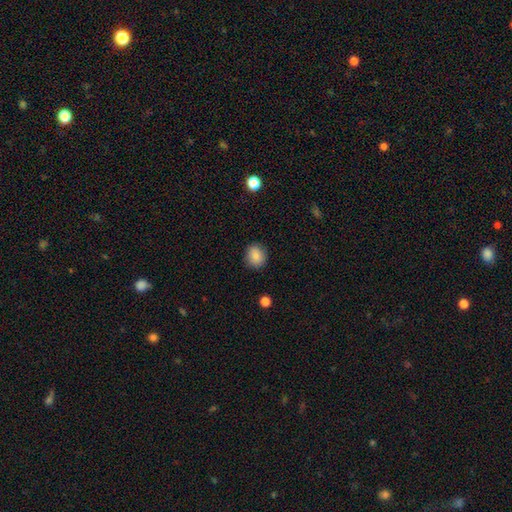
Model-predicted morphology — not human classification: Overall: smooth (84%). How rounded: round (77%). Merging: none (87%).